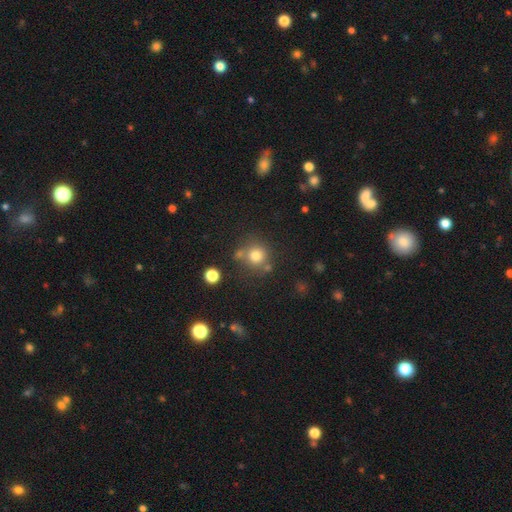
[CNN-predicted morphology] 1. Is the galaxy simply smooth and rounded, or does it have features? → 77% smooth, 14% star or artifact, 9% featured or disk.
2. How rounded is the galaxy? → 91% round, 8% in between, 1% cigar-shaped.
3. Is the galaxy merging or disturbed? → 69% none, 15% merger, 11% minor disturbance, 5% major disturbance.